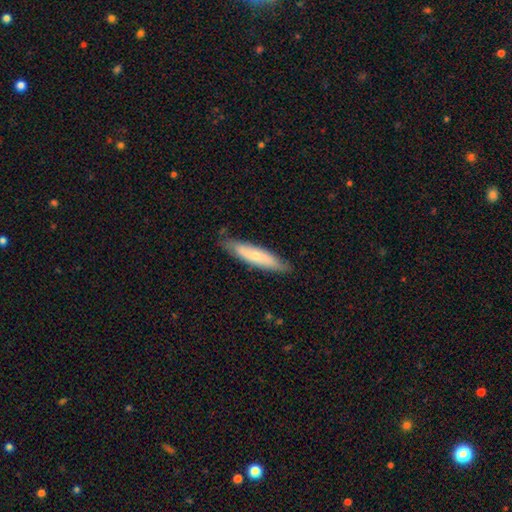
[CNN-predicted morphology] smooth_or_featured: smooth (p=0.56) [alt: featured or disk p=0.38]
how_rounded: cigar-shaped (p=0.78) [alt: in between p=0.20]
merging: none (p=0.81) [alt: minor disturbance p=0.15]